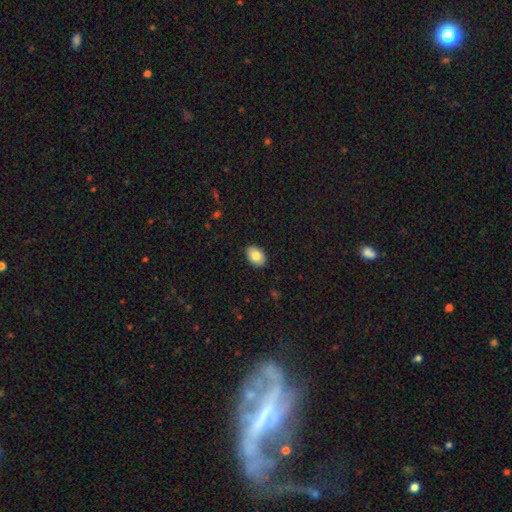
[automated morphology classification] A smooth galaxy with no disk features (81%) that is in between round and cigar-shaped (85%). Merging: none (90%).